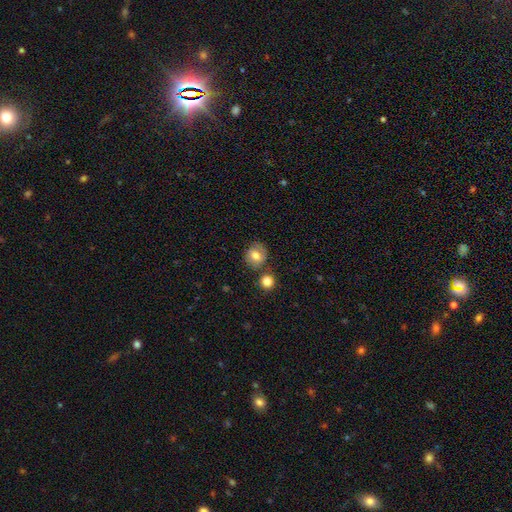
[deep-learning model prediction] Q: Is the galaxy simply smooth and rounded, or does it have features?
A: smooth — 66%.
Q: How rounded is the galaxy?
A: round — 81%.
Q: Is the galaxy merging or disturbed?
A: none — 69%.